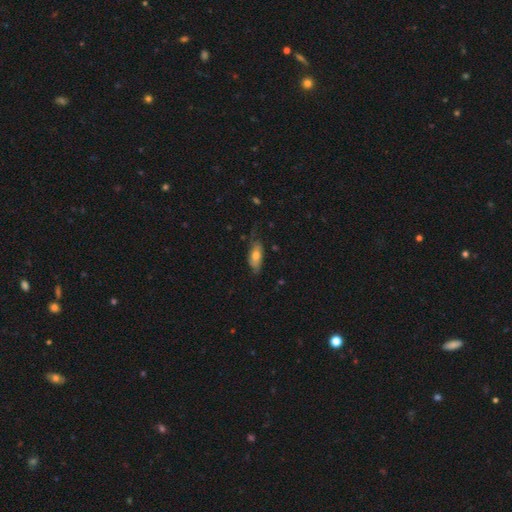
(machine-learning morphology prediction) This is likely a smooth galaxy (65%). How rounded: likely in between (76%). Merging: likely none (61%).